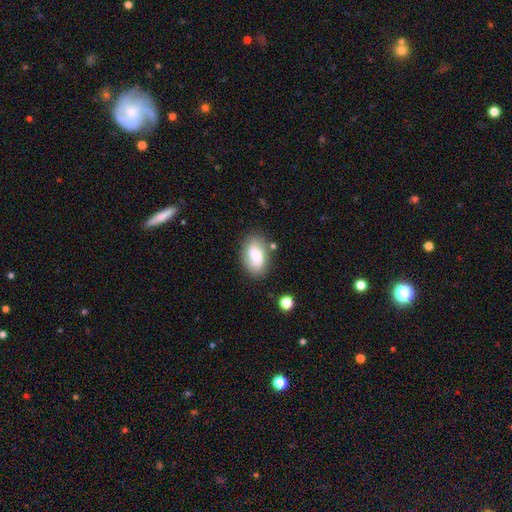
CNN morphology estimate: Smooth or featured?
  - smooth: 64% *
  - featured or disk: 28%
  - star or artifact: 8%
How rounded?
  - in between: 89% *
  - round: 9%
  - cigar-shaped: 2%
Merging?
  - none: 72% *
  - minor disturbance: 18%
  - major disturbance: 5%
  - merger: 4%